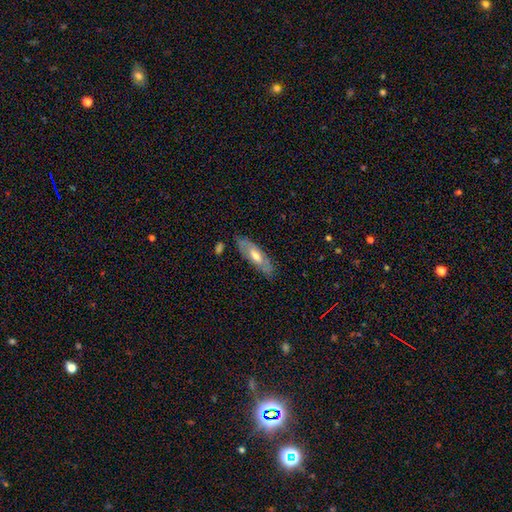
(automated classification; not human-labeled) Smooth or featured? featured or disk (50%)
Merging? none (78%)